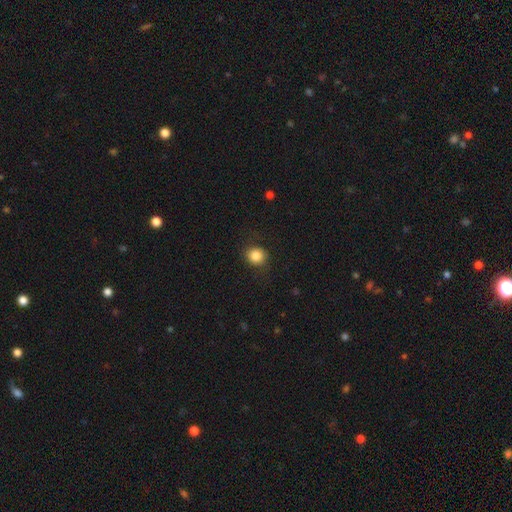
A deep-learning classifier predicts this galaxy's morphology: The model was most divided on "how rounded": round: 81%, in between: 18%, cigar-shaped: 1%. More confident: smooth or featured — smooth (85%); merging — none (83%).